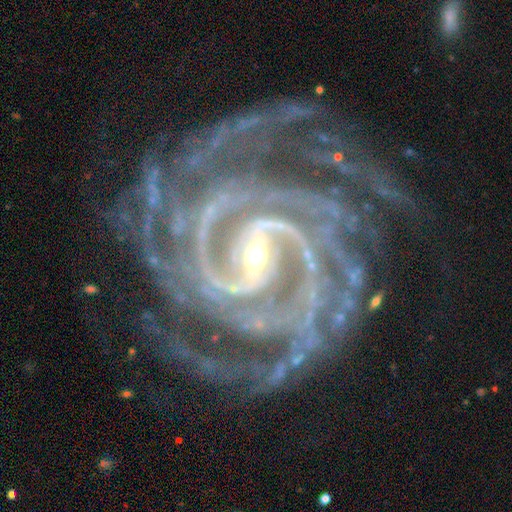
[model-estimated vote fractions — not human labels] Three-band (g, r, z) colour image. It shows a featured or disk galaxy (94%) with a strong bar (56%), 2 (22%) tight (68%) spiral arms (99%) and a small central bulge (58%). Merging: none (72%).